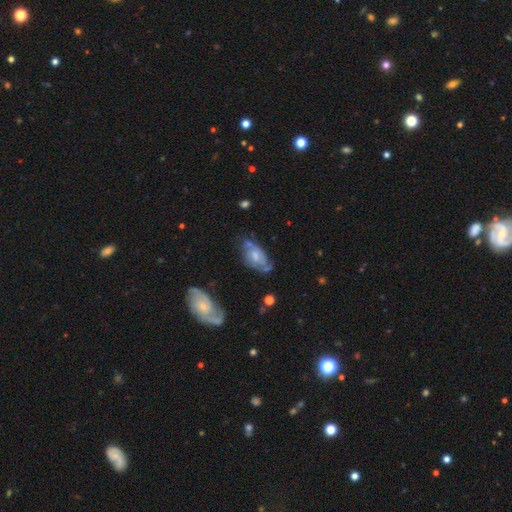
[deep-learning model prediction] A featured or disk galaxy (61%) with no bar (70%), spiral arms (74%) and a moderate central bulge (45%).

Vote fractions:
- Smooth or featured? featured or disk: 61% / smooth: 32% / star or artifact: 7%
- Edge-on disk? no: 93% / yes: 7%
- Bar? no: 70% / weak: 26% / strong: 4%
- Spiral arms? yes: 74% / no: 26%
- Bulge size? moderate: 45% / small: 42% / none: 7% / large: 5% / dominant: 1%
- Merging? none: 48% / minor disturbance: 28% / major disturbance: 15% / merger: 9%